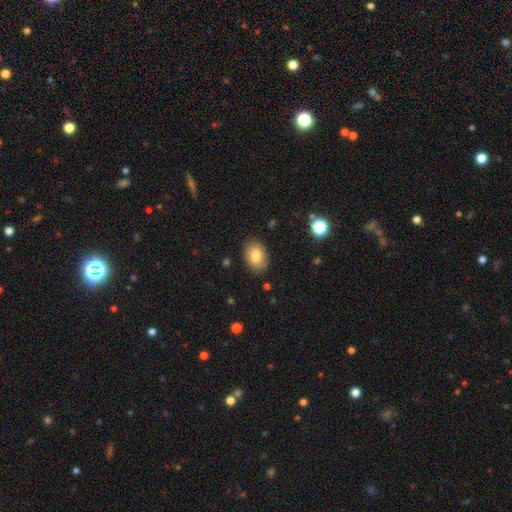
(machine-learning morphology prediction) smooth-or-featured: smooth: 81% | featured or disk: 11% | star or artifact: 8%
  how-rounded: in between: 83% | round: 16% | cigar-shaped: 1%
  merging: none: 86% | minor disturbance: 11% | major disturbance: 3% | merger: 1%